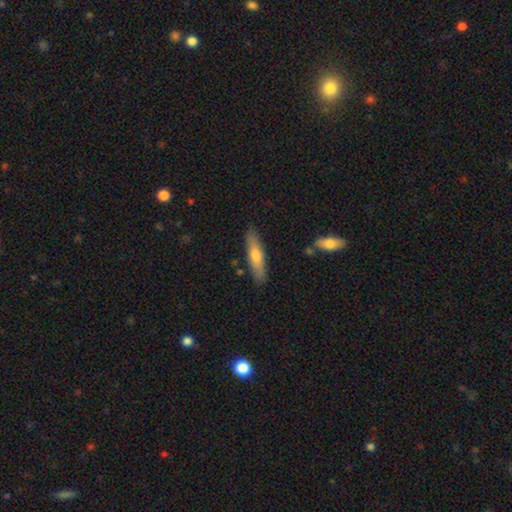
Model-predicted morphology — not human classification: Overall: smooth (62%; featured or disk 33%). How rounded: cigar-shaped (81%). Merging: none (86%).